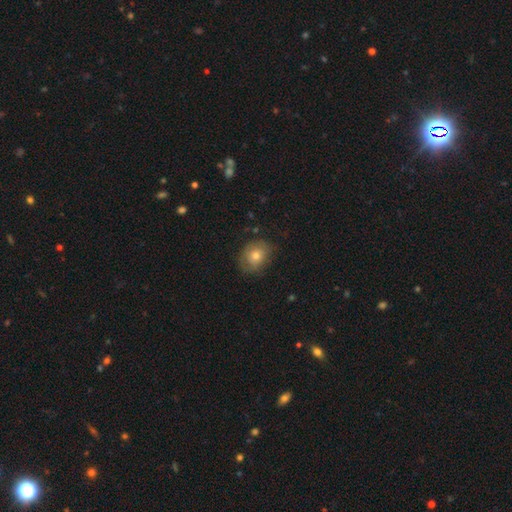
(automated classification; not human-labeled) A smooth galaxy with no disk features (65%) that is round (57%). Merging: none (71%).